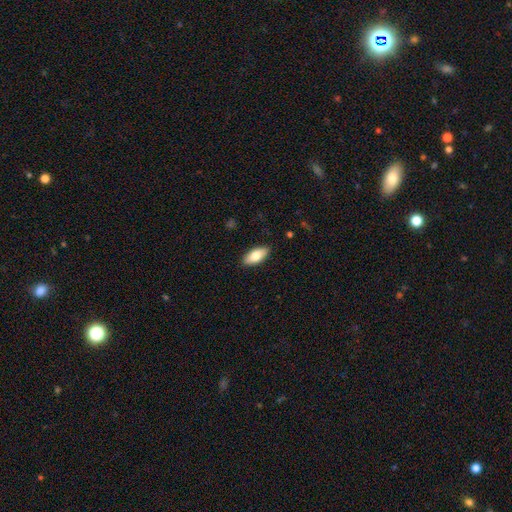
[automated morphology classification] smooth-or-featured: smooth: 80% | featured or disk: 14% | star or artifact: 6%
  how-rounded: in between: 88% | cigar-shaped: 10% | round: 2%
  merging: none: 89% | minor disturbance: 9% | major disturbance: 2% | merger: 1%